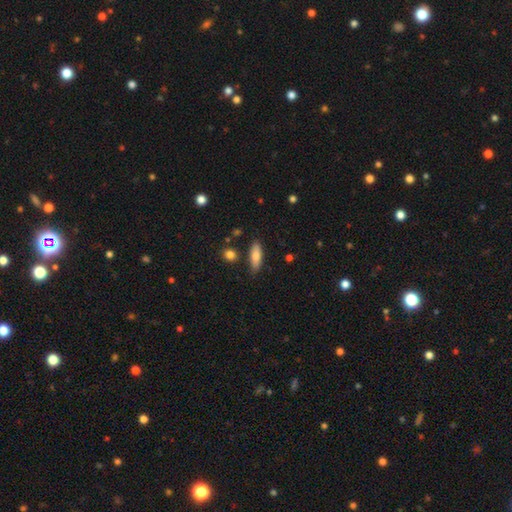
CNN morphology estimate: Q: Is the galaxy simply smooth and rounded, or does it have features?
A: smooth — 74%.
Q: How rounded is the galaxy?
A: in between — 59%.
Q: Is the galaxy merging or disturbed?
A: none — 80%.